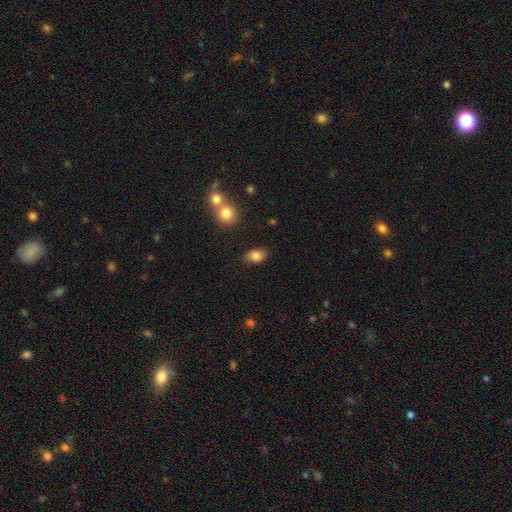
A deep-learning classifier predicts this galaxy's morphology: Smooth or featured?
  - smooth: 84% *
  - star or artifact: 9%
  - featured or disk: 7%
How rounded?
  - in between: 85% *
  - round: 14%
  - cigar-shaped: 2%
Merging?
  - none: 81% *
  - minor disturbance: 13%
  - merger: 4%
  - major disturbance: 3%